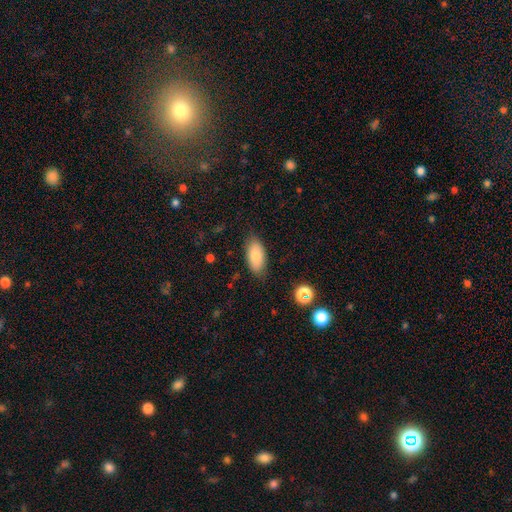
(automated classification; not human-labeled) Q: Smooth or featured?
A: smooth (81%); runner-up: featured or disk (12%)
Q: How rounded?
A: in between (92%); runner-up: cigar-shaped (5%)
Q: Merging?
A: none (82%); runner-up: minor disturbance (14%)